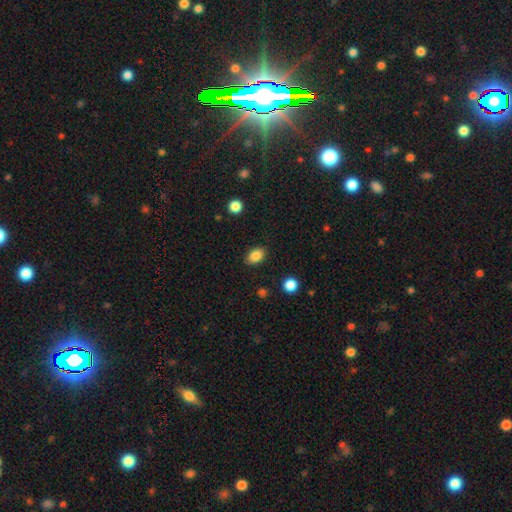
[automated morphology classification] Smooth or featured? smooth (86%)
How rounded? in between (80%)
Merging? none (87%)